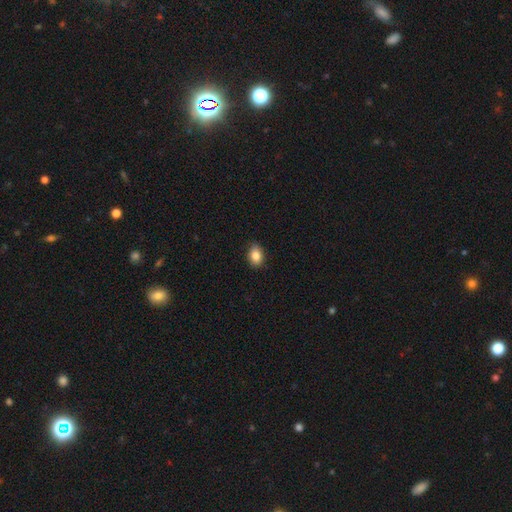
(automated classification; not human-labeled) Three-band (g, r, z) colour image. It shows a smooth galaxy with no disk features (85%) that is in between round and cigar-shaped (76%). Merging: none (87%).